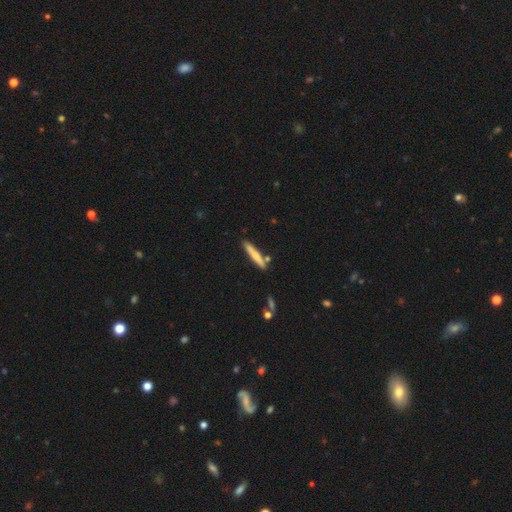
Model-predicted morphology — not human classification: Q: Smooth or featured?
A: smooth (59%); runner-up: featured or disk (35%)
Q: How rounded?
A: cigar-shaped (93%); runner-up: in between (6%)
Q: Merging?
A: none (81%); runner-up: minor disturbance (11%)